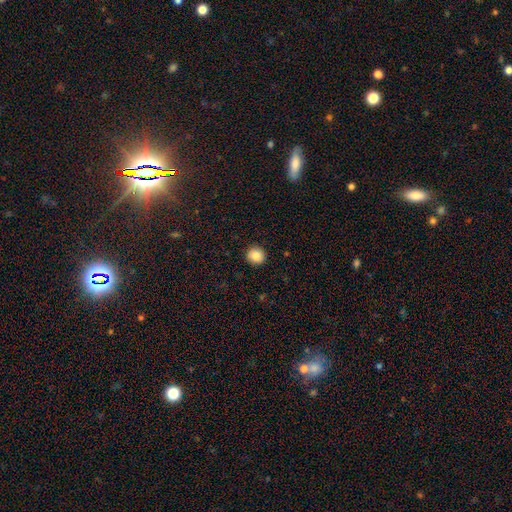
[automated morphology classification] Smooth or featured: smooth — 87% (star or artifact — 9%)
How rounded: round — 90% (in between — 9%)
Merging: none — 91% (minor disturbance — 6%)